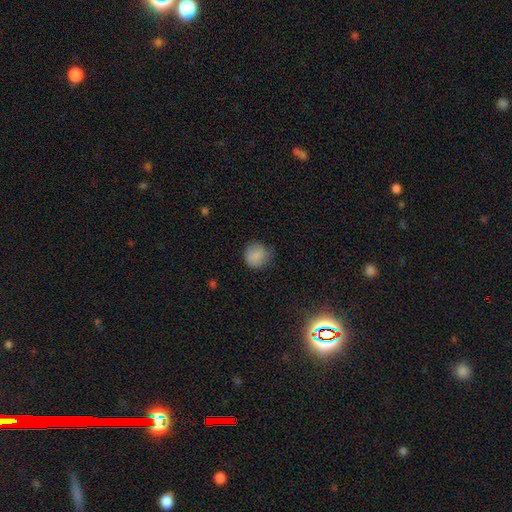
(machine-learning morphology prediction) The model was most divided on "merging": none: 68%, minor disturbance: 25%, major disturbance: 6%, merger: 1%. More confident: how rounded — round (89%); smooth or featured — smooth (85%).